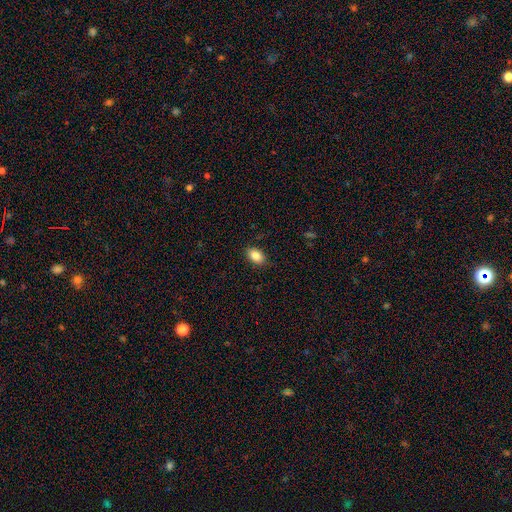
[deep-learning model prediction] A smooth galaxy with no disk features (86%) that is in between round and cigar-shaped (88%). Merging: none (85%).